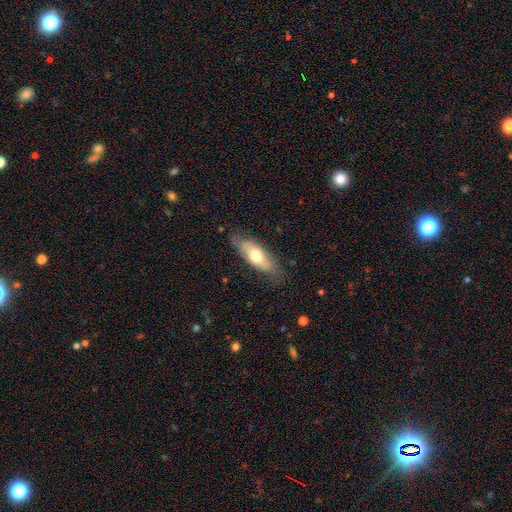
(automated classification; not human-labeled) This is possibly a smooth galaxy (59%). How rounded: likely in between (73%). Merging: likely none (73%).